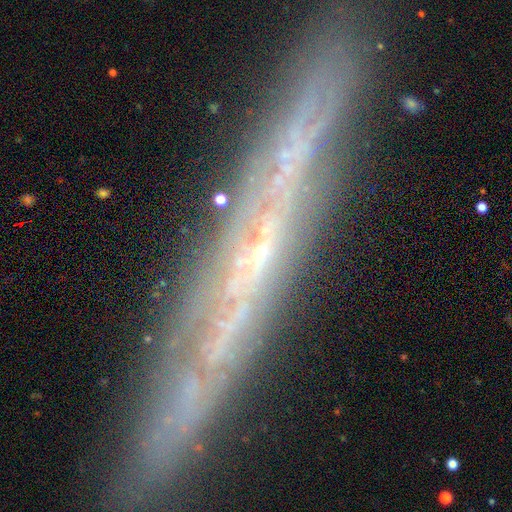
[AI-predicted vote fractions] Smooth or featured?
  - featured or disk: 64% *
  - smooth: 19%
  - star or artifact: 17%
Edge-on disk?
  - yes: 81% *
  - no: 19%
Edge-on bulge?
  - none: 71% *
  - rounded: 20%
  - boxy: 8%
Merging?
  - none: 84% *
  - minor disturbance: 11%
  - major disturbance: 3%
  - merger: 2%